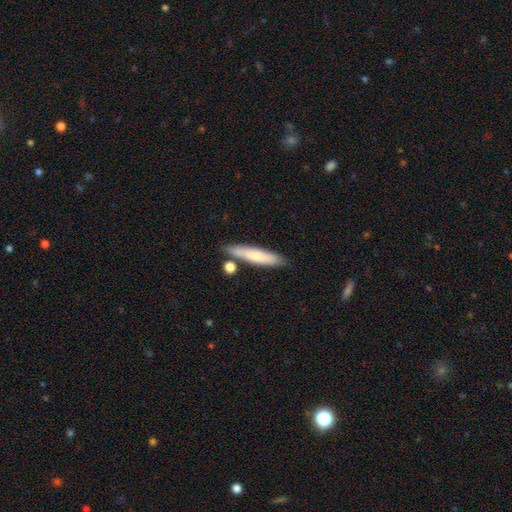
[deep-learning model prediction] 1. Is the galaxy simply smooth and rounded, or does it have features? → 71% smooth, 23% featured or disk, 6% star or artifact.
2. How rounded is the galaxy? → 84% cigar-shaped, 14% in between, 2% round.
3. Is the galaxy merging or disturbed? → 74% none, 14% minor disturbance, 9% merger, 3% major disturbance.